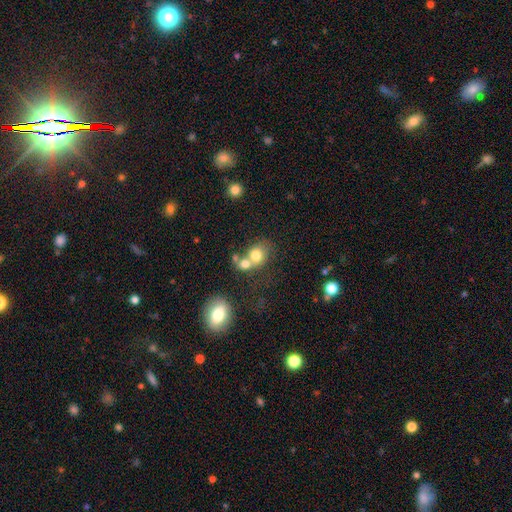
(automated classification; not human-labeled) Morphology: type=smooth (74%); roundness=round (62%); merging=merger (57%).